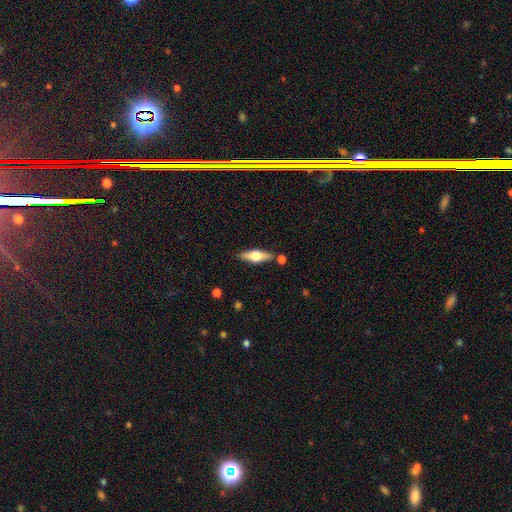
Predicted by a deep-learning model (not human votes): Smooth or featured? Predicted: featured or disk (p=0.53). Edge-on disk? Predicted: yes (p=0.92). Merging? Predicted: none (p=0.81).